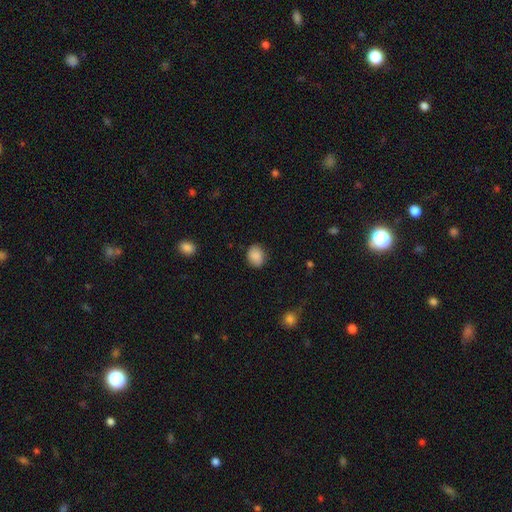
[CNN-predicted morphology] Smooth or featured: smooth — 87% (star or artifact — 8%)
How rounded: round — 60% (in between — 39%)
Merging: none — 82% (minor disturbance — 14%)